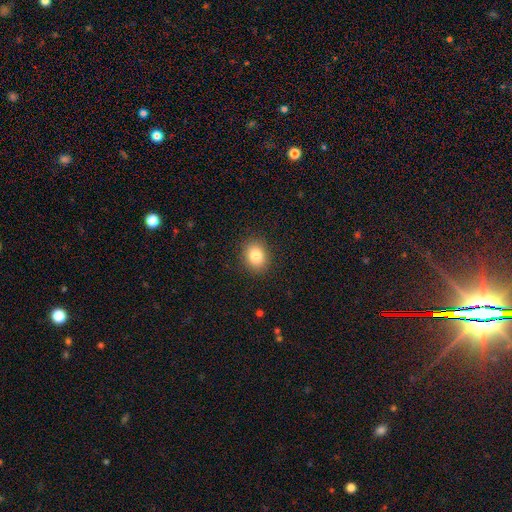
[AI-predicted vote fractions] Overall: smooth (83%). How rounded: round (61%; in between 38%). Merging: none (89%).